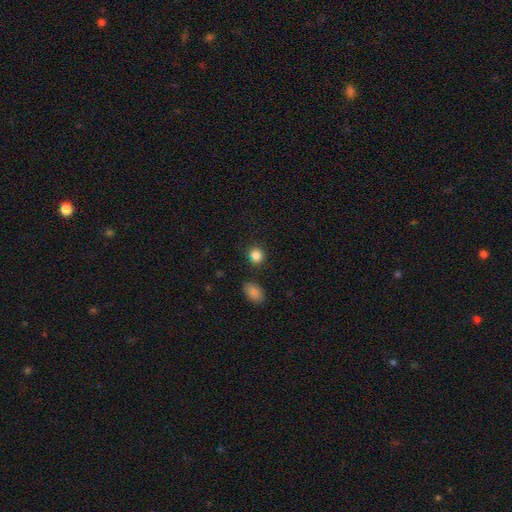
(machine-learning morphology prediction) Smooth or featured: smooth — 85% (star or artifact — 11%)
How rounded: round — 85% (in between — 14%)
Merging: none — 83% (minor disturbance — 8%)